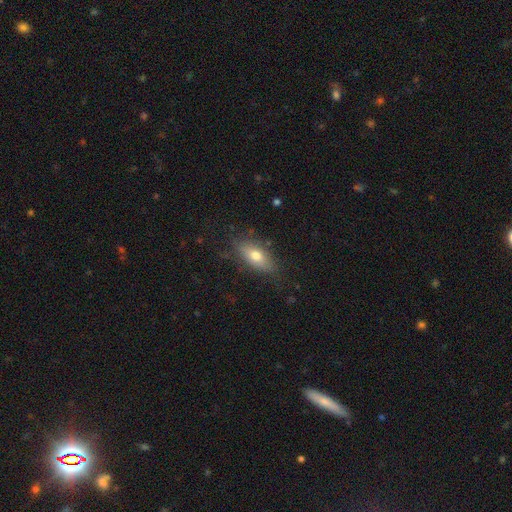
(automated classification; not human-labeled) Smooth or featured? smooth (69%)
How rounded? in between (80%)
Merging? none (78%)